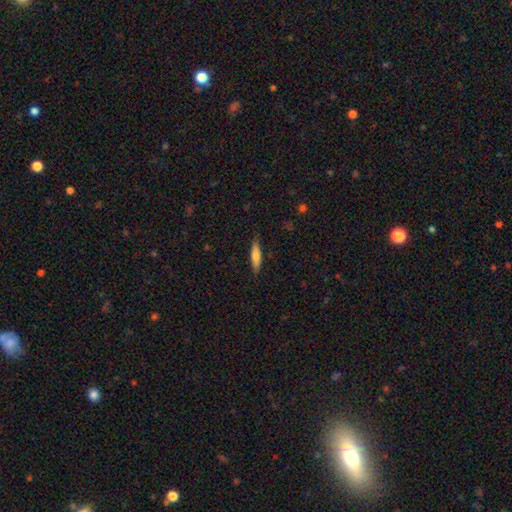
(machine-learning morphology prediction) Smooth or featured: smooth — 70% (featured or disk — 24%)
How rounded: cigar-shaped — 79% (in between — 19%)
Merging: none — 86% (minor disturbance — 10%)